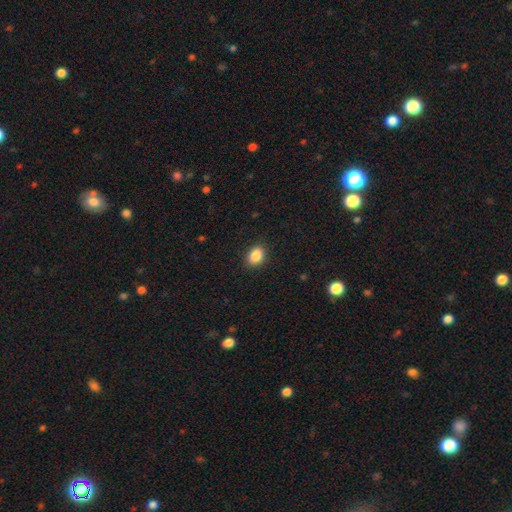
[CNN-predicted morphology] Smooth or featured? smooth (87%)
How rounded? in between (69%)
Merging? none (89%)